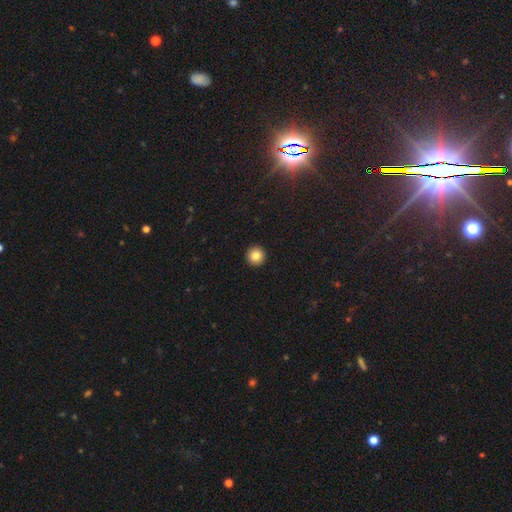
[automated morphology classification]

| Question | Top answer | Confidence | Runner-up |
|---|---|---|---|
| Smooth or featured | smooth | 84% | star or artifact (10%) |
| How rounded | round | 96% | in between (3%) |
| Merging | none | 94% | minor disturbance (4%) |